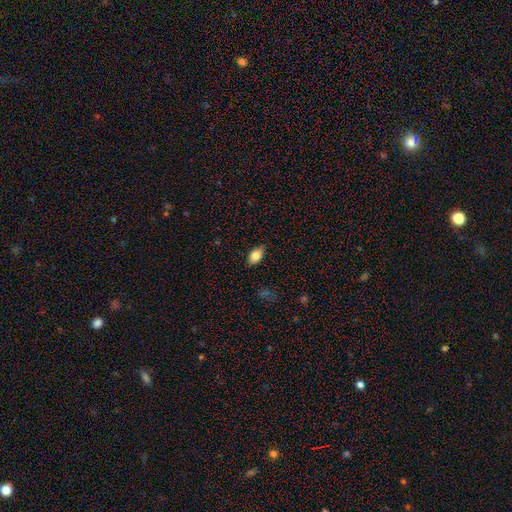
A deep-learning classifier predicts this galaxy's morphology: This is clearly a smooth galaxy (80%). How rounded: clearly in between (89%). Merging: clearly none (85%).